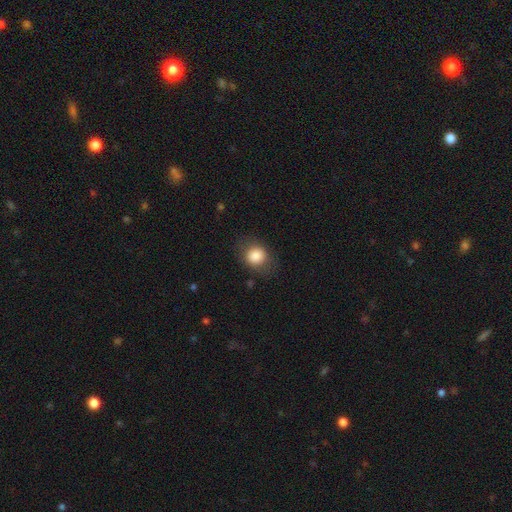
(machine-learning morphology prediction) smooth_or_featured: smooth (p=0.83) [alt: featured or disk p=0.09]
how_rounded: round (p=0.62) [alt: in between p=0.37]
merging: none (p=0.75) [alt: minor disturbance p=0.16]